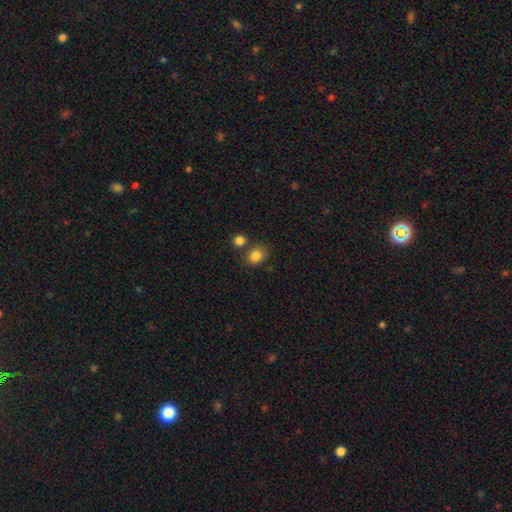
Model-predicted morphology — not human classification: smooth_or_featured: smooth (p=0.84) [alt: star or artifact p=0.10]
how_rounded: in between (p=0.53) [alt: round p=0.46]
merging: none (p=0.68) [alt: merger p=0.16]